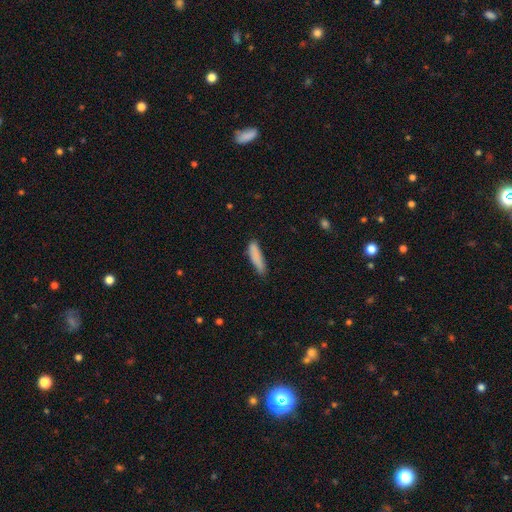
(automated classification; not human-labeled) Smooth or featured?
  - smooth: 84% *
  - featured or disk: 9%
  - star or artifact: 7%
How rounded?
  - cigar-shaped: 77% *
  - in between: 22%
  - round: 1%
Merging?
  - none: 69% *
  - minor disturbance: 24%
  - major disturbance: 4%
  - merger: 2%